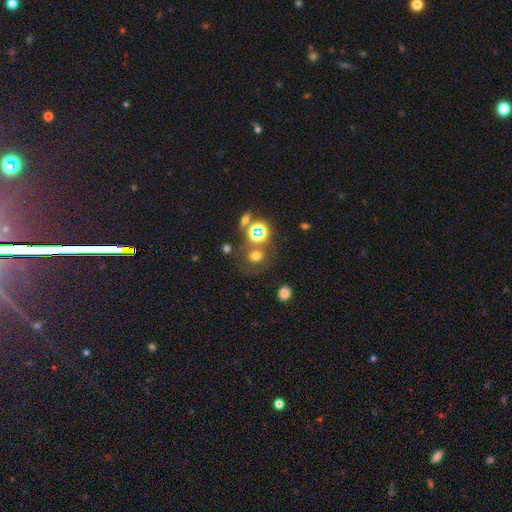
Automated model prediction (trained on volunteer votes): A smooth galaxy with no disk features (60%) that is round (82%). Merging: none (66%).